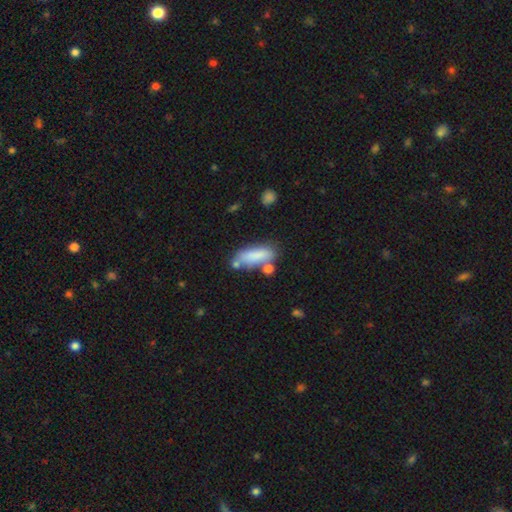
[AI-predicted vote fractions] Q: Smooth or featured?
A: smooth (80%); runner-up: featured or disk (13%)
Q: How rounded?
A: in between (62%); runner-up: cigar-shaped (36%)
Q: Merging?
A: none (57%); runner-up: minor disturbance (19%)